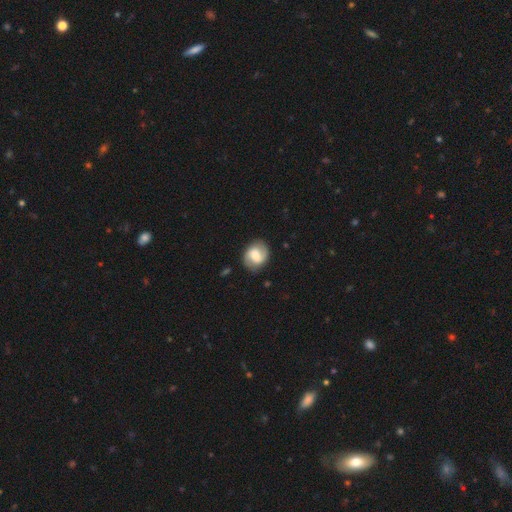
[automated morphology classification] Overall: featured or disk (62%; smooth 31%). Edge-on disk: no (97%). Bar: weak (49%; no 30%). Spiral arms: yes (88%). Spiral arm count: 2 (89%). Spiral winding: medium (44%; loose 29%). Bulge size: moderate (54%; small 26%). Merging: none (83%).